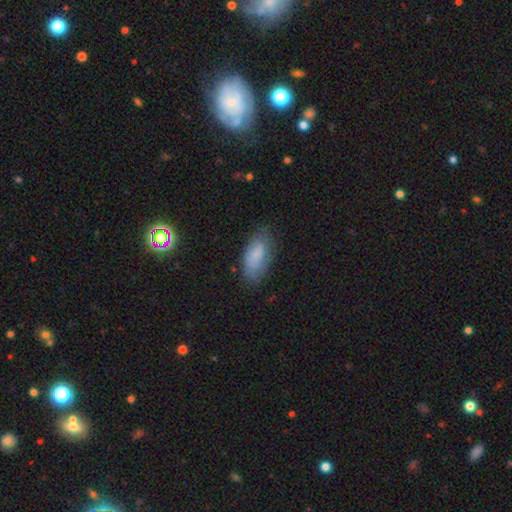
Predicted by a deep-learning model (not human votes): smooth 72%, featured or disk 19%, star or artifact 9%. Down the decision tree: how rounded — in between (89%); merging — none (67%).